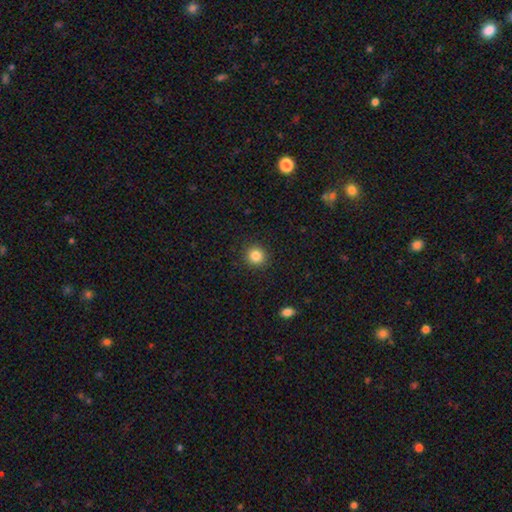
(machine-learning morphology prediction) This is clearly a smooth galaxy (84%). How rounded: clearly round (92%). Merging: clearly none (92%).